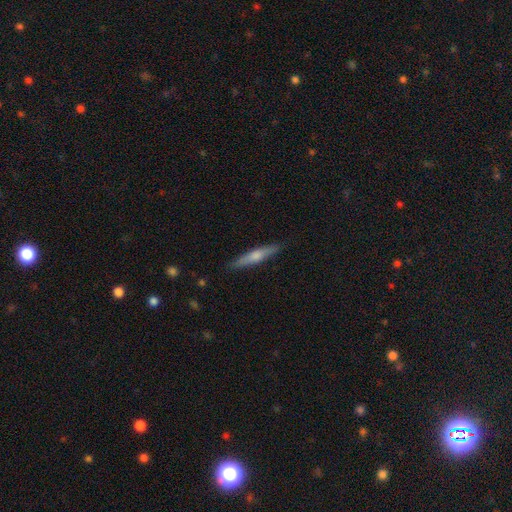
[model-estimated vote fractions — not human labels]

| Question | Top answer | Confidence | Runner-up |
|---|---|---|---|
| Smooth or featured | featured or disk | 48% | smooth (47%) |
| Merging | none | 89% | minor disturbance (8%) |